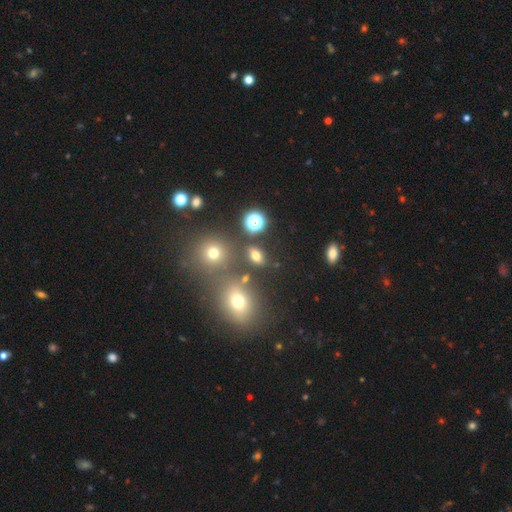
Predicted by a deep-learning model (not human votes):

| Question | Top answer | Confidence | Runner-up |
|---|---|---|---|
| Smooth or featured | smooth | 63% | star or artifact (23%) |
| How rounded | in between | 73% | round (22%) |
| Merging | none | 77% | minor disturbance (10%) |